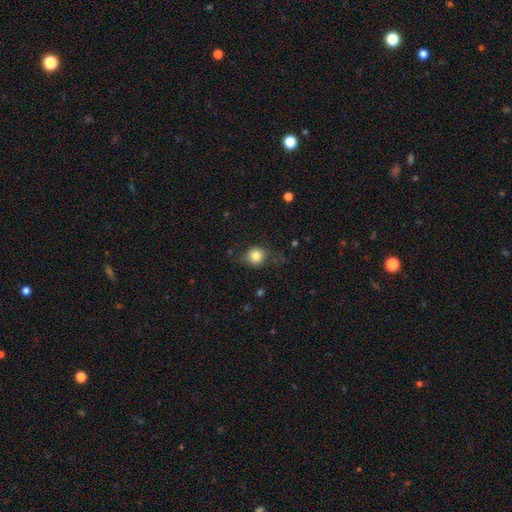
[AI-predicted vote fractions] smooth-or-featured: smooth: 82% | star or artifact: 10% | featured or disk: 8%
  how-rounded: round: 80% | in between: 19% | cigar-shaped: 1%
  merging: none: 71% | minor disturbance: 21% | major disturbance: 7% | merger: 1%